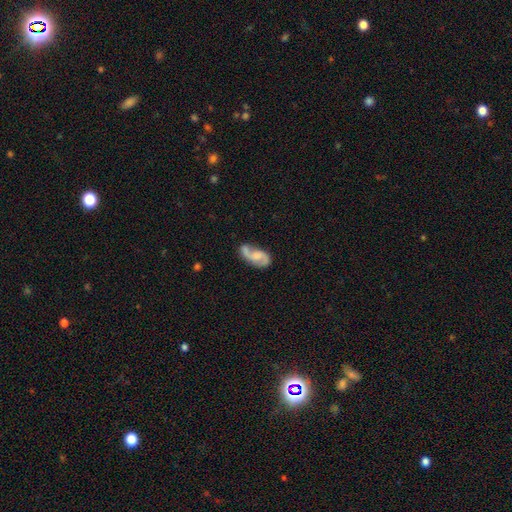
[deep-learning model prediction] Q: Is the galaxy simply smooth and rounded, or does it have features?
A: featured or disk — 77%.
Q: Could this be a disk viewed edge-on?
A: no — 97%.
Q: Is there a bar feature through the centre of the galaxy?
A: no — 52%.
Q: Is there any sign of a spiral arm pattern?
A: yes — 95%.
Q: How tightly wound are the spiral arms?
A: loose — 50%.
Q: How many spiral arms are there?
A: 2 — 89%.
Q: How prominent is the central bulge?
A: none — 40%.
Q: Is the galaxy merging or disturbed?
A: none — 64%.